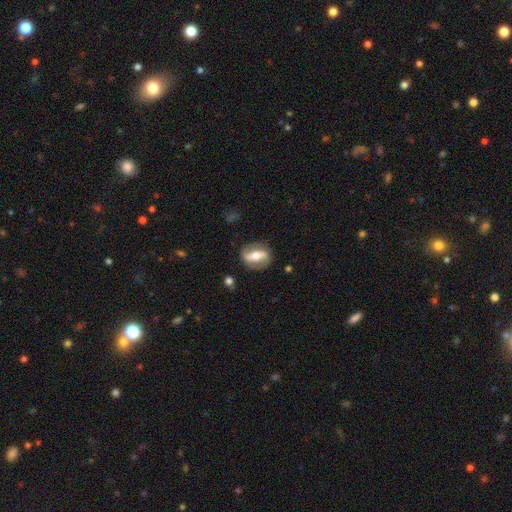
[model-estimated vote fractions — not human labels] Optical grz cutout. It shows a featured or disk galaxy (65%) with a strong bar (63%), spiral arms (61%) and a moderate central bulge (67%). Merging: none (82%).